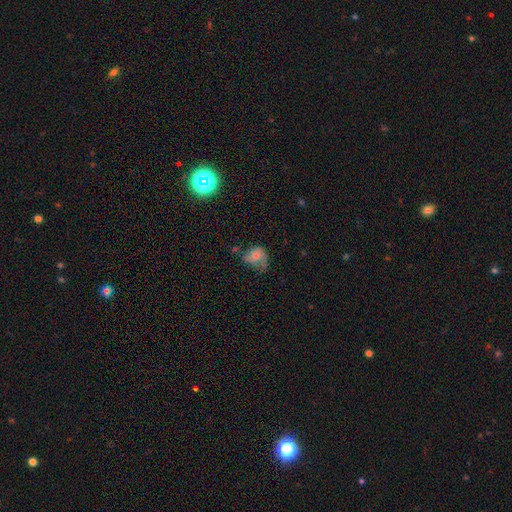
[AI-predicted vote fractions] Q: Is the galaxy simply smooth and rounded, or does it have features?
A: smooth — 50%.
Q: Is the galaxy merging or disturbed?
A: minor disturbance — 32%, tied with none.